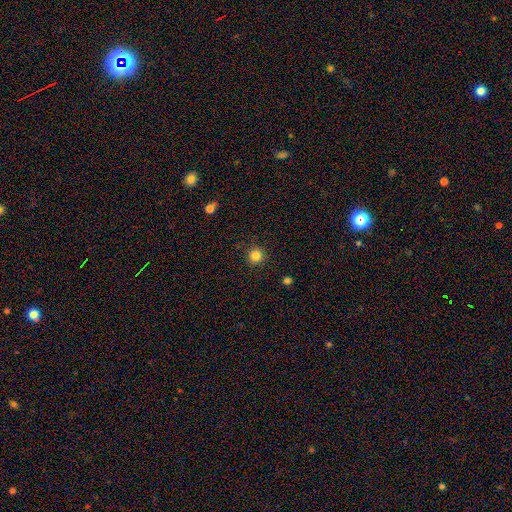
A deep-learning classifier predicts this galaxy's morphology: type=smooth (84%); roundness=round (95%); merging=none (91%).